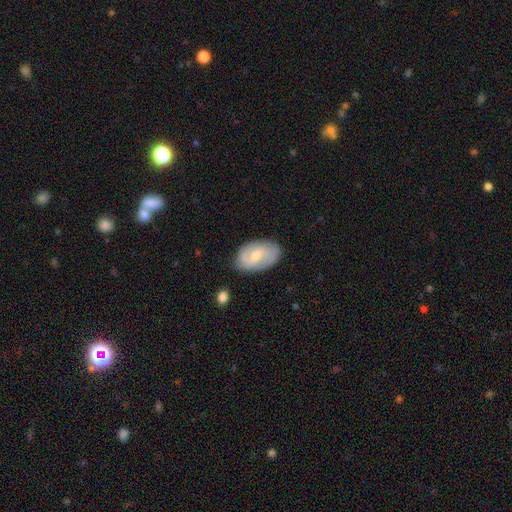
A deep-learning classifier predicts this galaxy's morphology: type=featured or disk (60%); edge-on=no (96%); bar=weak (47%); spiral arms=yes (85%); bulge=small (48%); merging=none (77%).